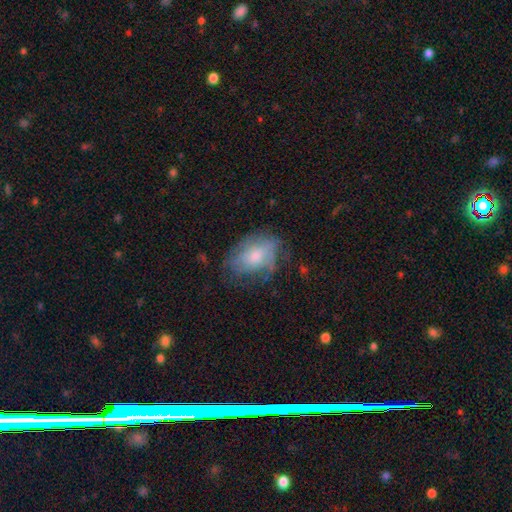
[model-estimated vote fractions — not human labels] Smooth or featured?
  - smooth: 47% *
  - featured or disk: 44%
  - star or artifact: 9%
Merging?
  - none: 55% *
  - minor disturbance: 28%
  - major disturbance: 16%
  - merger: 2%